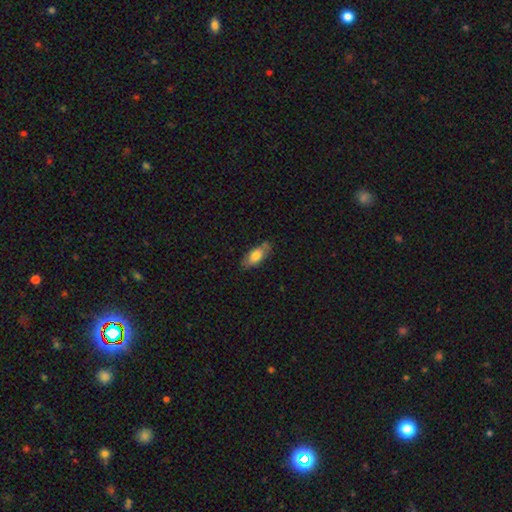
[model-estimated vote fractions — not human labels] The model was most divided on "smooth or featured": smooth: 73%, featured or disk: 20%, star or artifact: 7%. More confident: how rounded — in between (82%); merging — none (74%).